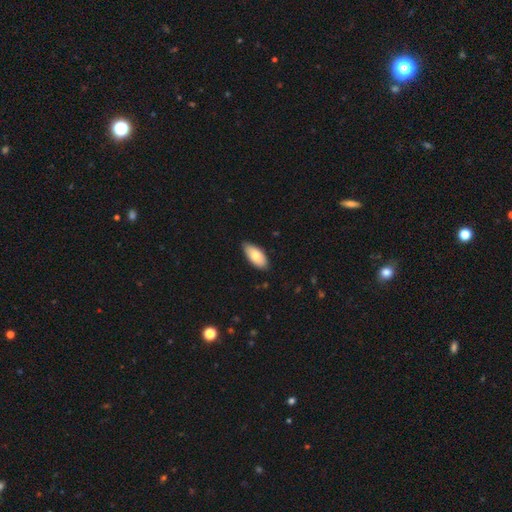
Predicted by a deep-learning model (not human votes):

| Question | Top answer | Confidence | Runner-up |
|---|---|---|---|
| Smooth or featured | smooth | 78% | featured or disk (16%) |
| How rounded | in between | 91% | cigar-shaped (7%) |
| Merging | none | 82% | minor disturbance (15%) |